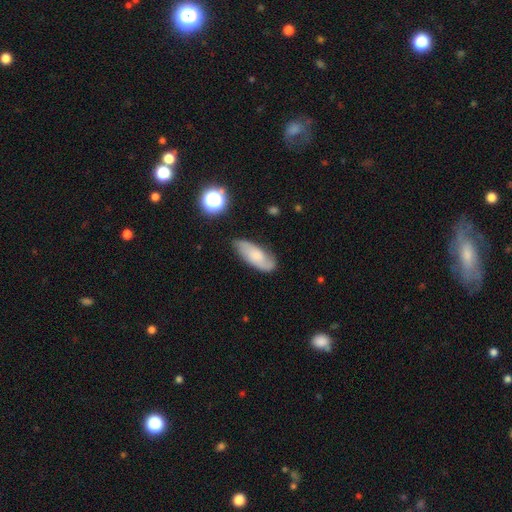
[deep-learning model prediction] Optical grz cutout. It shows a smooth galaxy with no disk features (47%). Merging: none (69%).